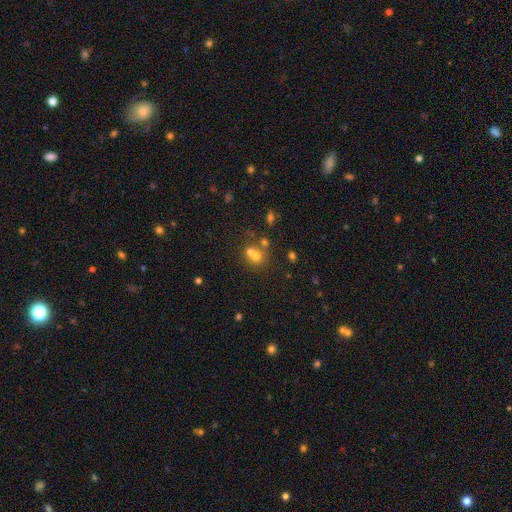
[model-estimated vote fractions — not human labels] This appears to be a smooth galaxy with no disk features (60%) that is round (80%). Merging: merger (50%).